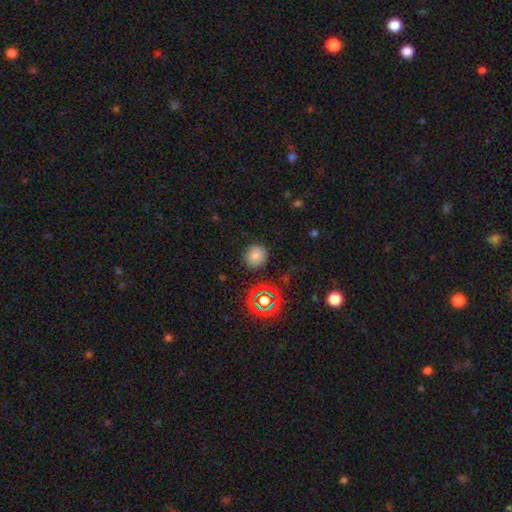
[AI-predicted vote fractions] A smooth galaxy with no disk features (76%) that is round (86%).

Vote fractions:
- Smooth or featured? smooth: 76% / star or artifact: 17% / featured or disk: 6%
- How rounded? round: 86% / in between: 13% / cigar-shaped: 1%
- Merging? none: 86% / minor disturbance: 9% / major disturbance: 3% / merger: 2%